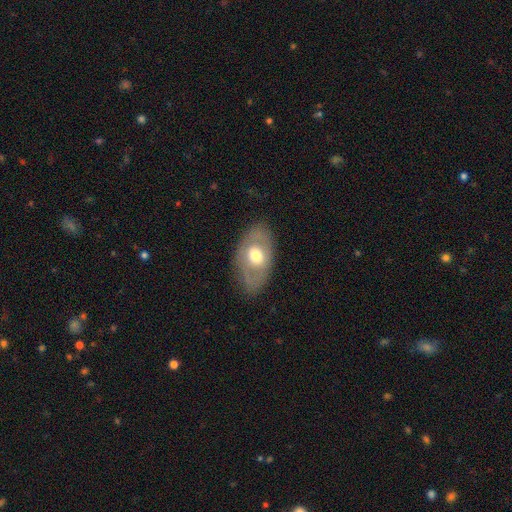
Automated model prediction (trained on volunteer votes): This appears to be a smooth galaxy with no disk features (47%, tied with featured or disk). Merging: none (77%).